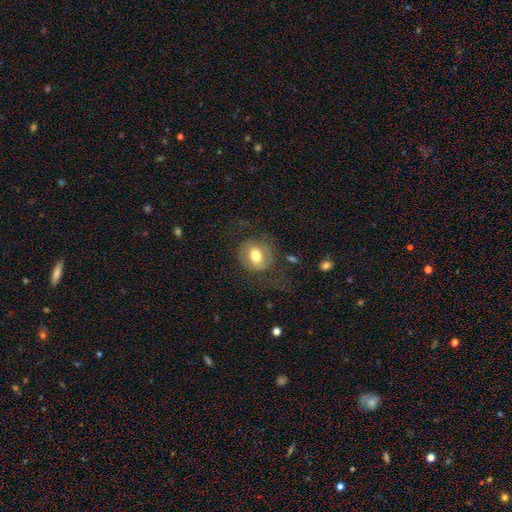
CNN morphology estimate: Overall: smooth (54%; featured or disk 39%). How rounded: round (71%). Merging: none (61%; major disturbance 21%).